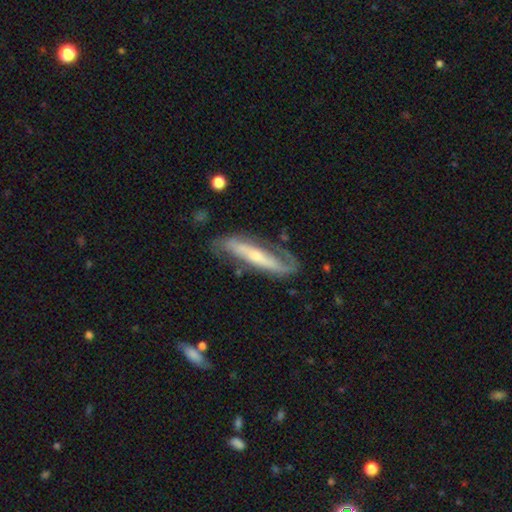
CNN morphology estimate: Overall: featured or disk (75%). Edge-on disk: no (66%; yes 34%). Merging: none (61%; minor disturbance 22%).